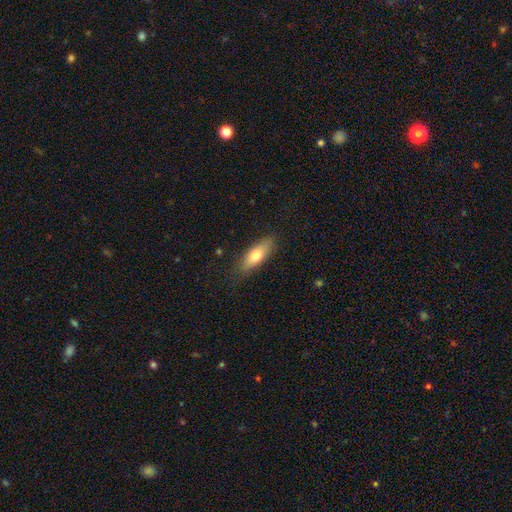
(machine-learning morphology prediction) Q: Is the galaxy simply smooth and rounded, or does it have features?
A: smooth — 69%.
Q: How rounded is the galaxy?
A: in between — 59%.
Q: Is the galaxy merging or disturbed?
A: none — 83%.